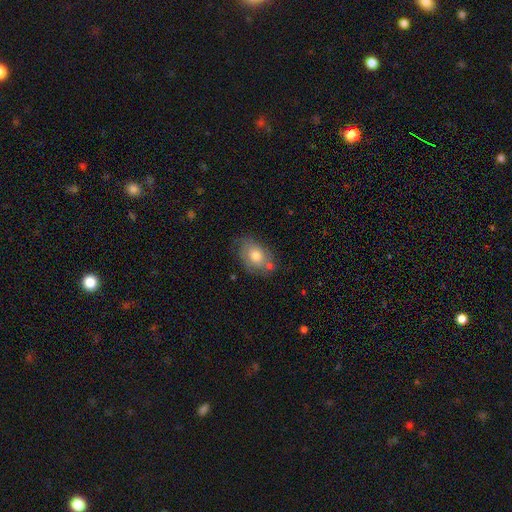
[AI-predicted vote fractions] This is likely a smooth galaxy (61%). How rounded: clearly in between (81%). Merging: likely none (61%).